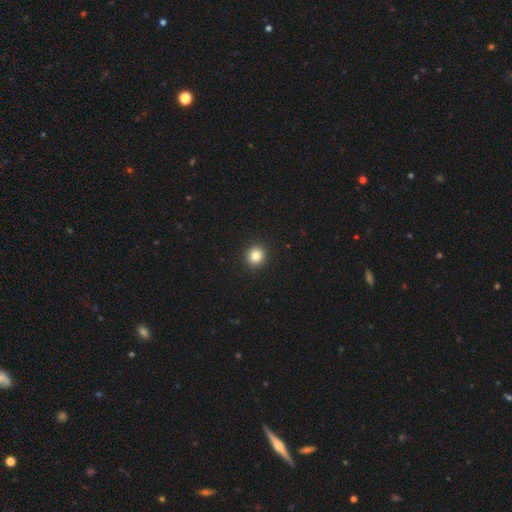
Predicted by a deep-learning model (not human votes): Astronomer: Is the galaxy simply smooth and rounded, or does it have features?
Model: smooth — 83%.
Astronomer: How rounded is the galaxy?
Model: round — 91%.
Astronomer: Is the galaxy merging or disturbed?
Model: none — 93%.